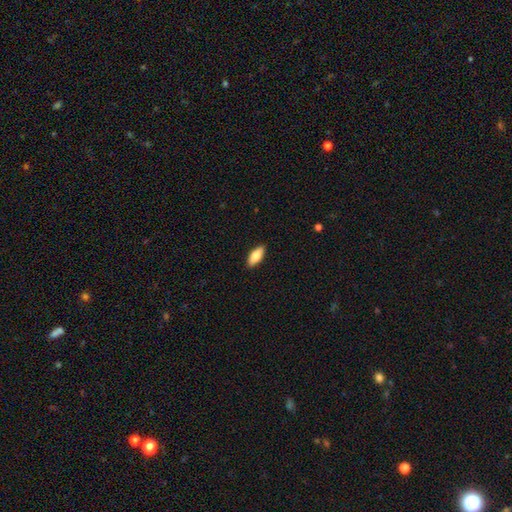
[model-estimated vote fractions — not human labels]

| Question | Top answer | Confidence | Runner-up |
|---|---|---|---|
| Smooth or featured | smooth | 79% | featured or disk (15%) |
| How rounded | in between | 81% | cigar-shaped (17%) |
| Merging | none | 90% | minor disturbance (8%) |